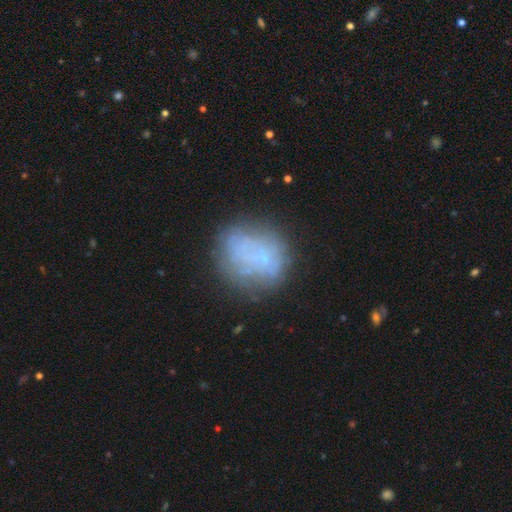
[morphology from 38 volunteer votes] type=smooth (47%); roundness=round (72%); merging=none (69%).